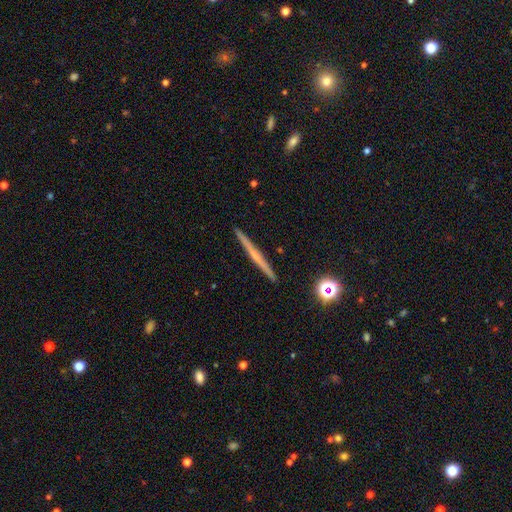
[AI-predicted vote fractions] This appears to be a featured or disk galaxy (62%) viewed edge-on (98%) with no central bulge (61%). Merging: none (93%).